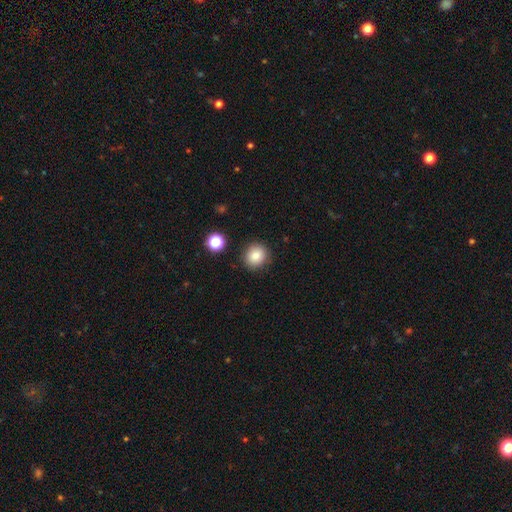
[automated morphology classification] smooth-or-featured: smooth: 81% | star or artifact: 11% | featured or disk: 8%
  how-rounded: round: 89% | in between: 11% | cigar-shaped: 1%
  merging: none: 88% | minor disturbance: 7% | major disturbance: 2% | merger: 2%